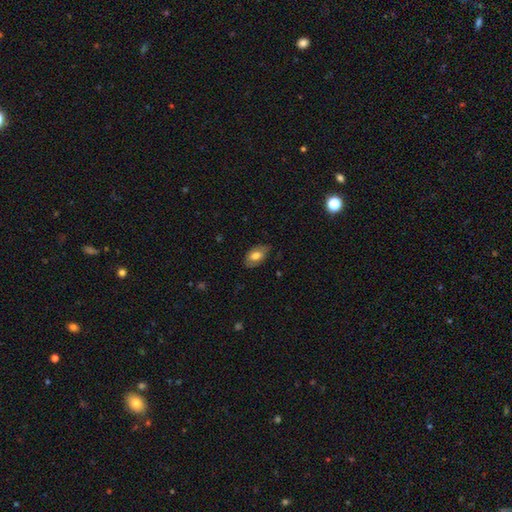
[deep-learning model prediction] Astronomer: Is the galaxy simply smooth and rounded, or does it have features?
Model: smooth — 66%.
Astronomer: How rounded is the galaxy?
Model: in between — 91%.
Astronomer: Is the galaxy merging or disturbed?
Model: none — 73%.